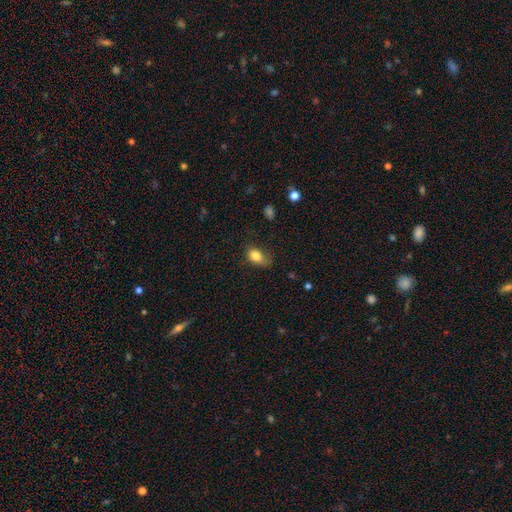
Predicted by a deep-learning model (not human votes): Morphology: type=smooth (82%); roundness=in between (83%); merging=none (48%).